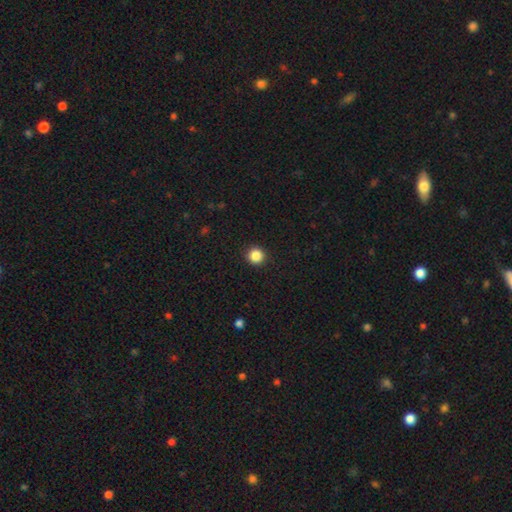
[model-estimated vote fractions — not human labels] Smooth or featured: smooth — 86% (star or artifact — 11%)
How rounded: round — 94% (in between — 5%)
Merging: none — 92% (minor disturbance — 5%)